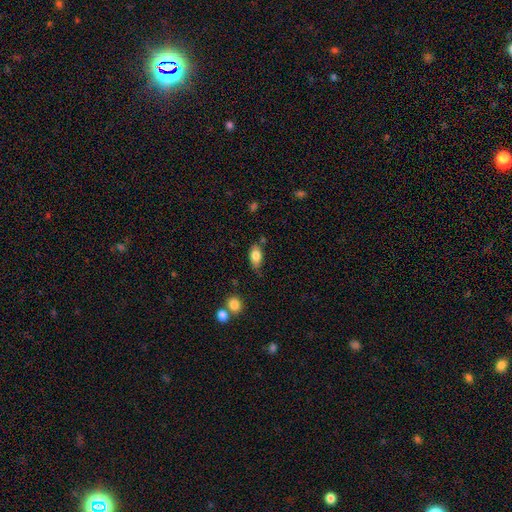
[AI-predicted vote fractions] Q: Smooth or featured?
A: smooth (82%); runner-up: featured or disk (10%)
Q: How rounded?
A: in between (89%); runner-up: round (7%)
Q: Merging?
A: none (65%); runner-up: minor disturbance (25%)